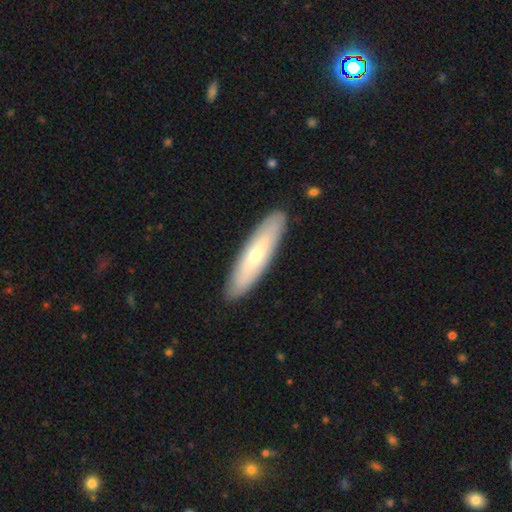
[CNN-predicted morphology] Smooth or featured: smooth — 56% (featured or disk — 39%)
How rounded: cigar-shaped — 71% (in between — 28%)
Merging: none — 89% (minor disturbance — 8%)